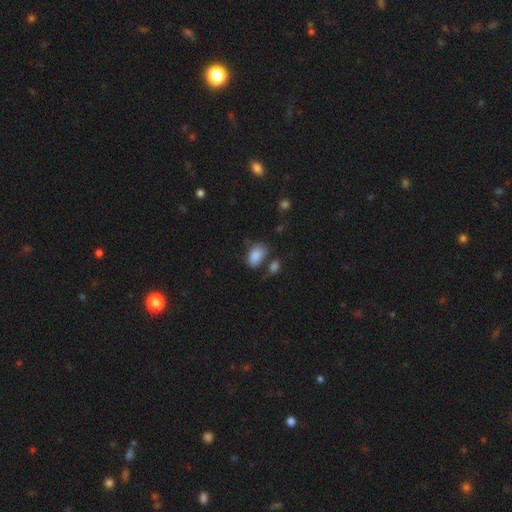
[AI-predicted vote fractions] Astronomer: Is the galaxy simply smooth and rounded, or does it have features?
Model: smooth — 86%.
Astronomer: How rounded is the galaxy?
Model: in between — 87%.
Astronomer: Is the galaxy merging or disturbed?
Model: none — 50%.